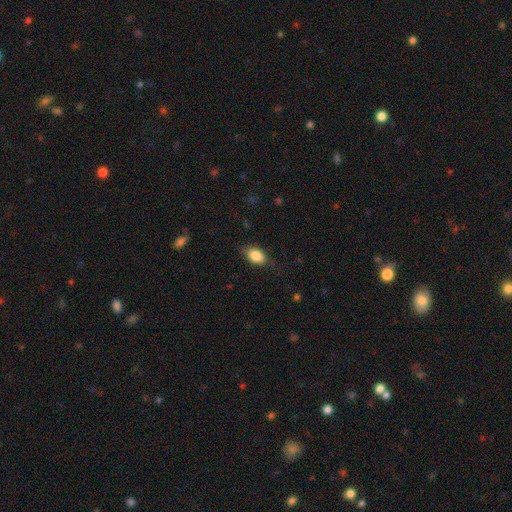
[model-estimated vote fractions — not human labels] Smooth or featured?
  - smooth: 85% *
  - featured or disk: 7%
  - star or artifact: 7%
How rounded?
  - in between: 88% *
  - round: 10%
  - cigar-shaped: 2%
Merging?
  - none: 77% *
  - minor disturbance: 18%
  - major disturbance: 4%
  - merger: 1%